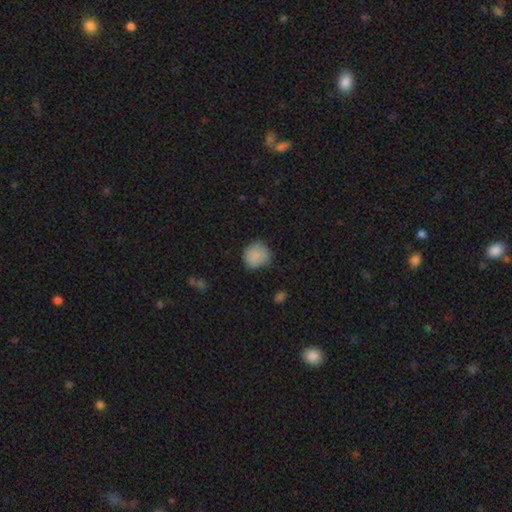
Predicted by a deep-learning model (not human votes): Morphology: type=smooth (85%); roundness=round (85%); merging=none (68%).